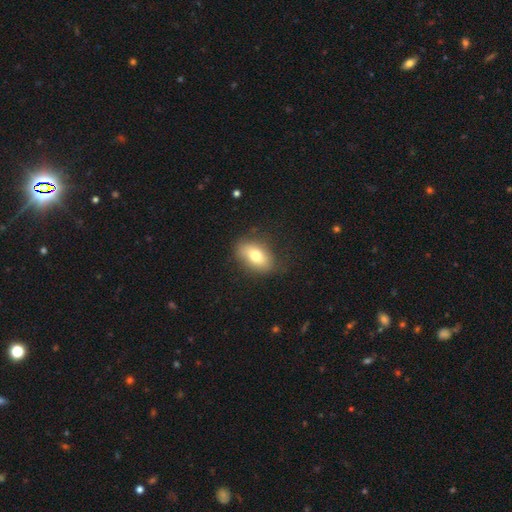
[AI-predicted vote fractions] smooth 76%, featured or disk 16%, star or artifact 8%. Down the decision tree: how rounded — in between (87%); merging — none (76%).